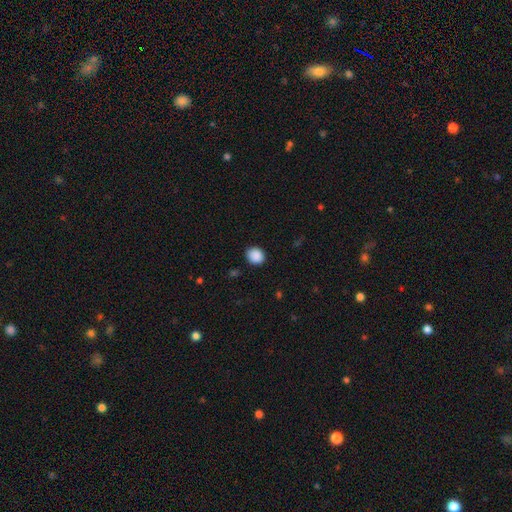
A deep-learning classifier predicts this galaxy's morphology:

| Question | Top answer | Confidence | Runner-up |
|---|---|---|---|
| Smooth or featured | smooth | 89% | star or artifact (8%) |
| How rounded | round | 70% | in between (30%) |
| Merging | none | 88% | minor disturbance (9%) |